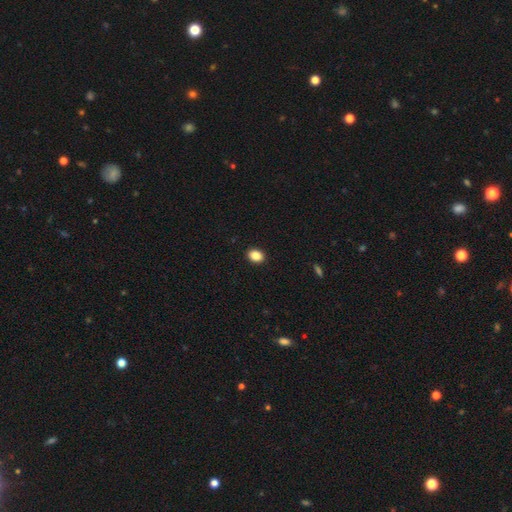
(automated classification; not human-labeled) Smooth or featured: smooth — 87% (star or artifact — 9%)
How rounded: in between — 55% (round — 44%)
Merging: none — 92% (minor disturbance — 6%)